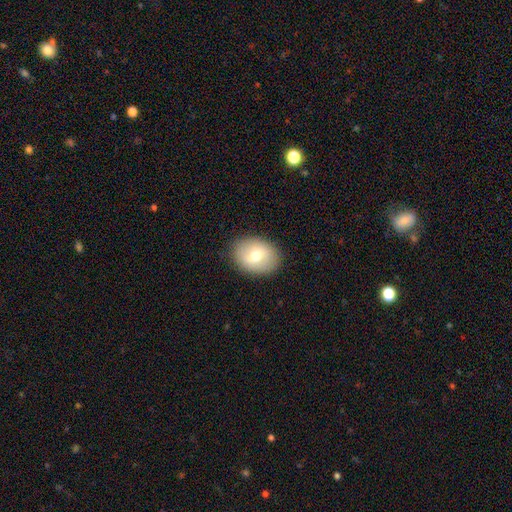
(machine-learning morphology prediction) This is likely a smooth galaxy (67%). How rounded: likely in between (66%). Merging: clearly none (86%).